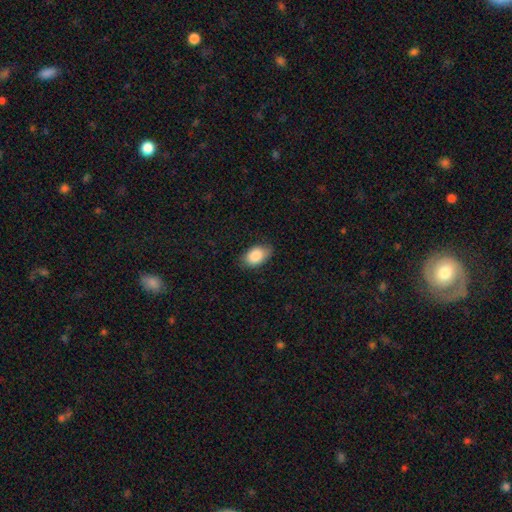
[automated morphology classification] The model was most divided on "merging": none: 76%, minor disturbance: 20%, major disturbance: 3%, merger: 1%. More confident: how rounded — in between (88%); smooth or featured — smooth (85%).